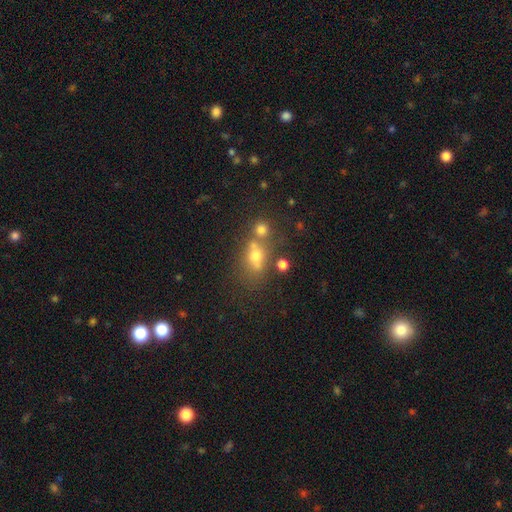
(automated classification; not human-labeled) smooth 58%, featured or disk 22%, star or artifact 20%. Down the decision tree: how rounded — in between (55%); merging — none (41%).